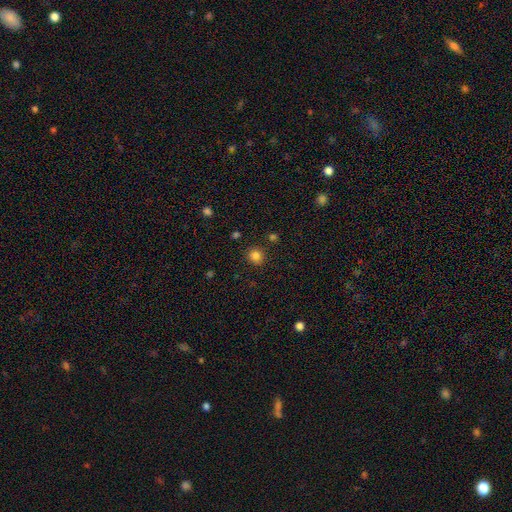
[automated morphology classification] A smooth galaxy with no disk features (82%) that is round (87%). Merging: none (88%).